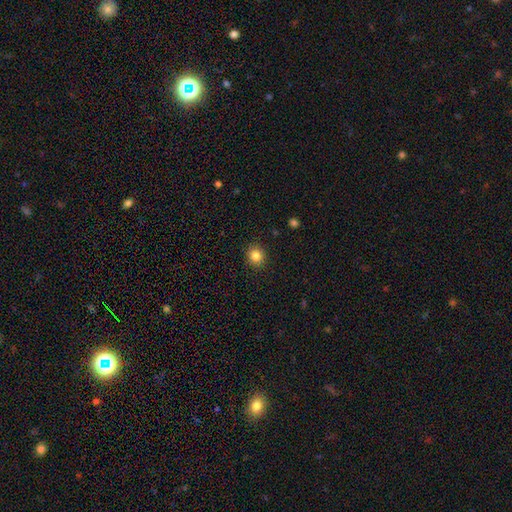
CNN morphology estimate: The model was most divided on "how rounded": round: 82%, in between: 17%, cigar-shaped: 1%. More confident: merging — none (91%); smooth or featured — smooth (85%).